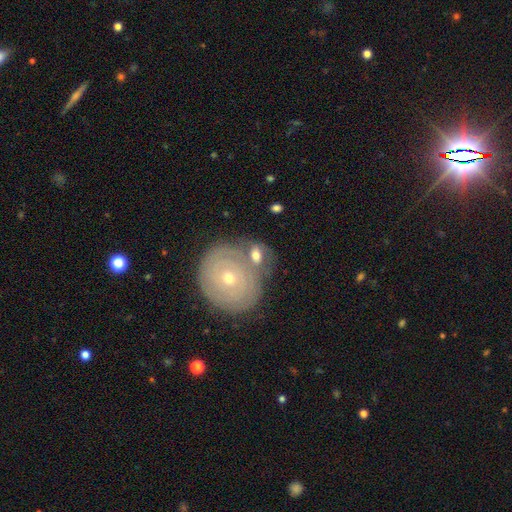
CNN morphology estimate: This is possibly a featured or disk galaxy (59%). It is clearly not viewed edge-on (95%). Bar: likely no (80%). Spiral arm pattern: likely yes (68%). Central bulge: possibly small (52%). Merging: possibly none (48%).